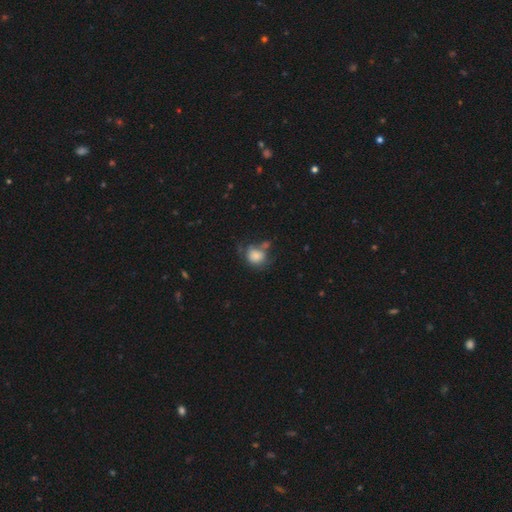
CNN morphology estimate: A smooth galaxy with no disk features (77%) that is round (70%).

Vote fractions:
- Smooth or featured? smooth: 77% / featured or disk: 14% / star or artifact: 9%
- How rounded? round: 70% / in between: 29% / cigar-shaped: 1%
- Merging? none: 41% / minor disturbance: 25% / merger: 20% / major disturbance: 14%